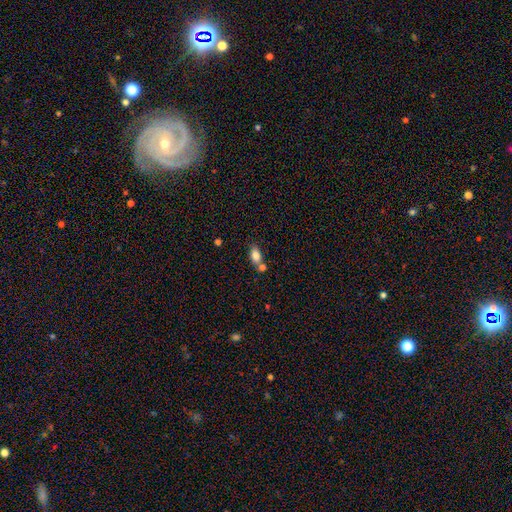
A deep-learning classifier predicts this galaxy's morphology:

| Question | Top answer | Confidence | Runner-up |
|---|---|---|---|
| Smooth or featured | smooth | 82% | featured or disk (9%) |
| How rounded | in between | 86% | round (10%) |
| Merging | none | 56% | merger (28%) |